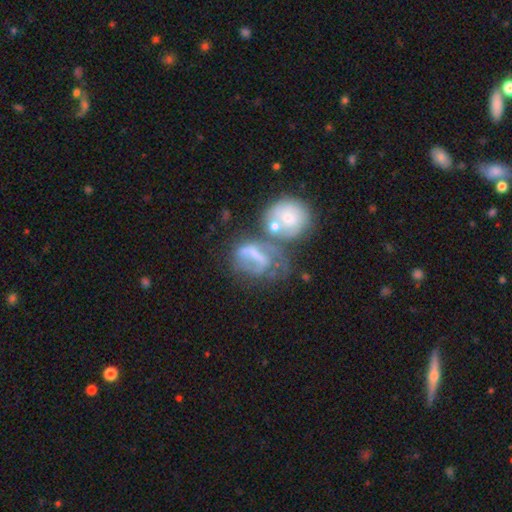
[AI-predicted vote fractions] Smooth or featured? Predicted: featured or disk (p=0.55). Edge-on disk? Predicted: no (p=0.96). Bar? Predicted: no (p=0.43). Spiral arms? Predicted: no (p=0.58). Bulge size? Predicted: none (p=0.40). Merging? Predicted: merger (p=0.41).